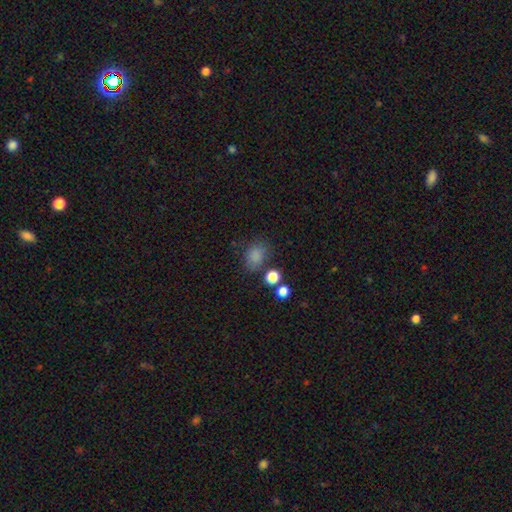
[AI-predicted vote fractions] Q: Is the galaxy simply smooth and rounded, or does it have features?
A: smooth — 81%.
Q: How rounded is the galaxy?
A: in between — 53%.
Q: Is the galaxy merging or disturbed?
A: none — 70%.